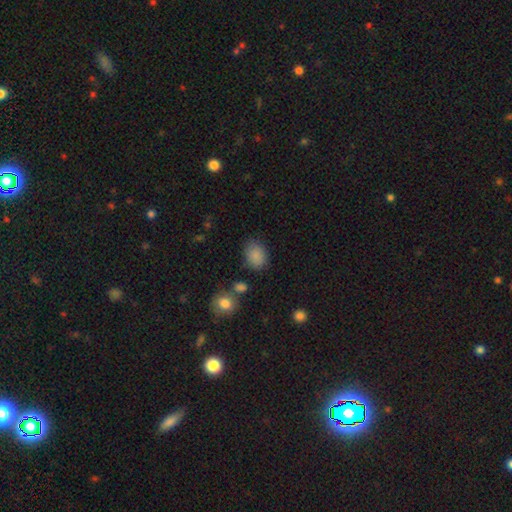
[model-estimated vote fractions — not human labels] smooth_or_featured: smooth (p=0.87) [alt: star or artifact p=0.09]
how_rounded: in between (p=0.68) [alt: round p=0.31]
merging: none (p=0.77) [alt: minor disturbance p=0.15]